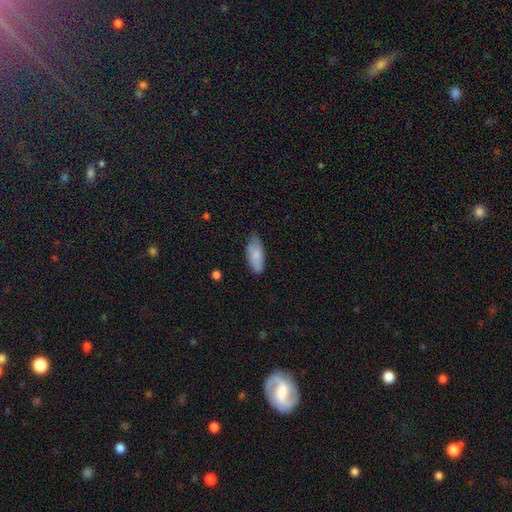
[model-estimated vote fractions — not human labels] Smooth or featured? Predicted: smooth (p=0.75). How rounded? Predicted: in between (p=0.81). Merging? Predicted: none (p=0.65).